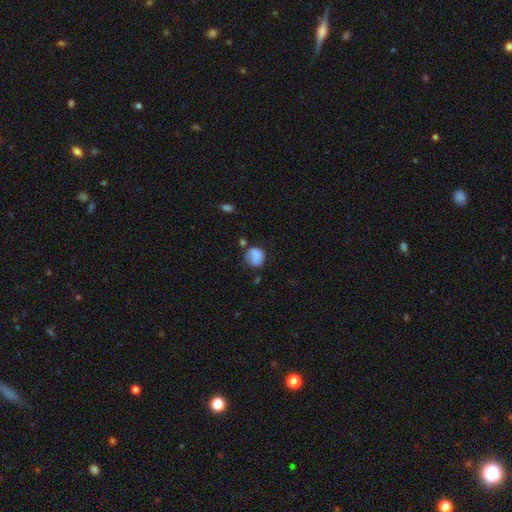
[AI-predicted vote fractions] This appears to be a smooth galaxy with no disk features (79%) that is round (71%). Merging: none (53%).